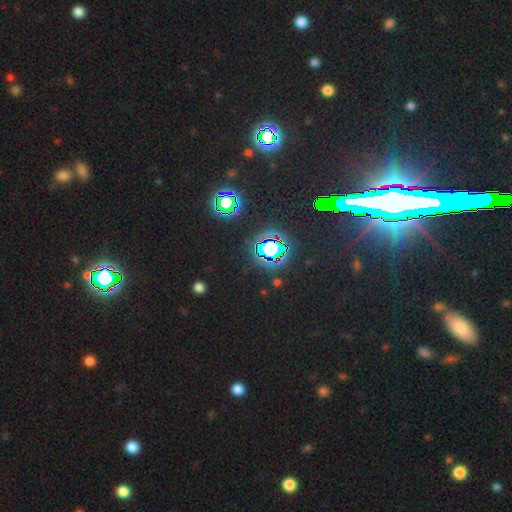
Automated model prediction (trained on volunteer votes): Smooth or featured: star or artifact — 82% (smooth — 9%)